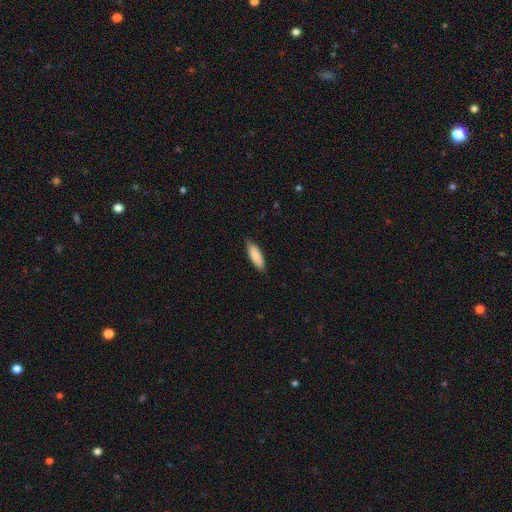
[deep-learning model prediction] A smooth galaxy with no disk features (86%) that is in between round and cigar-shaped (58%). Merging: none (84%).